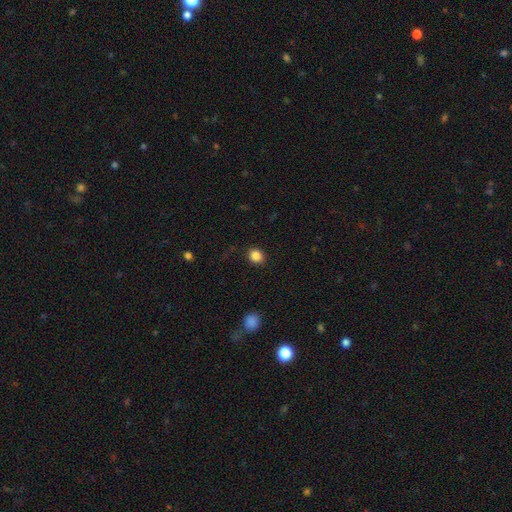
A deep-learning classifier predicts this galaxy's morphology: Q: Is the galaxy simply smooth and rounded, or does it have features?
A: smooth — 86%.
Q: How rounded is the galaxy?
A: round — 73%.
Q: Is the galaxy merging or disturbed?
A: none — 89%.